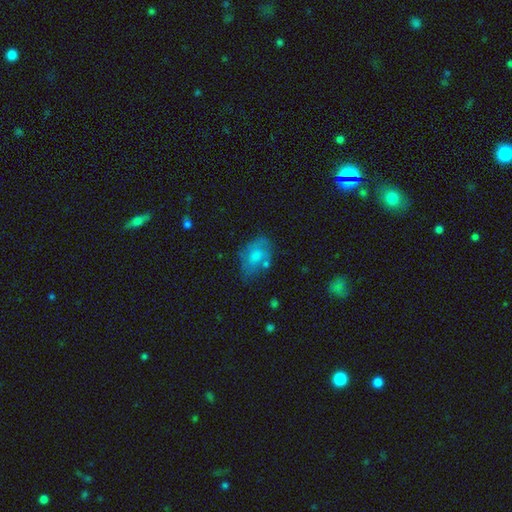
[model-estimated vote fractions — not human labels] Smooth or featured? smooth (58%)
How rounded? in between (83%)
Merging? none (55%)